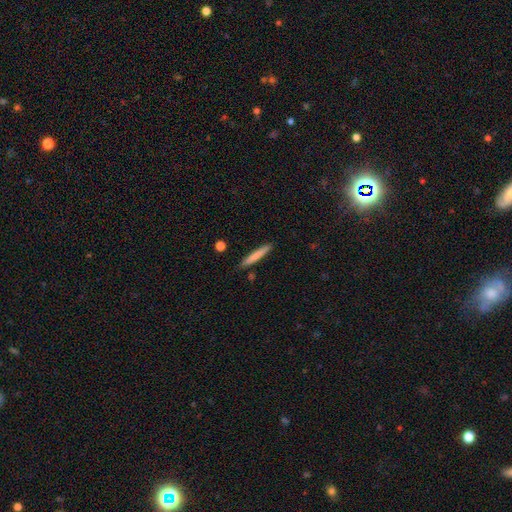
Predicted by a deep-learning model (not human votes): smooth 75%, featured or disk 19%, star or artifact 6%. Down the decision tree: how rounded — cigar-shaped (95%); merging — none (87%).